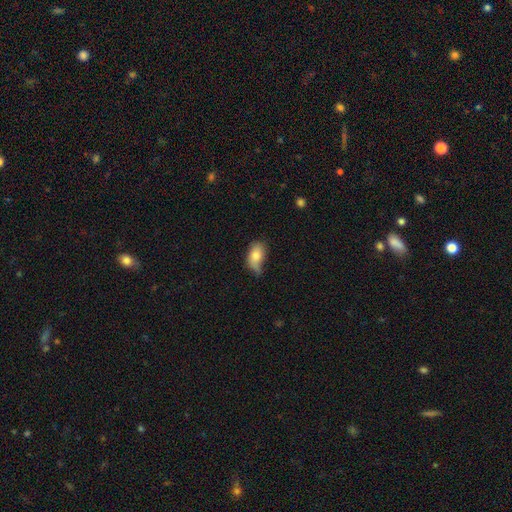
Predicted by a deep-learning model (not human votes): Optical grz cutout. It shows a smooth galaxy with no disk features (76%) that is in between round and cigar-shaped (89%). Merging: minor disturbance (42%).